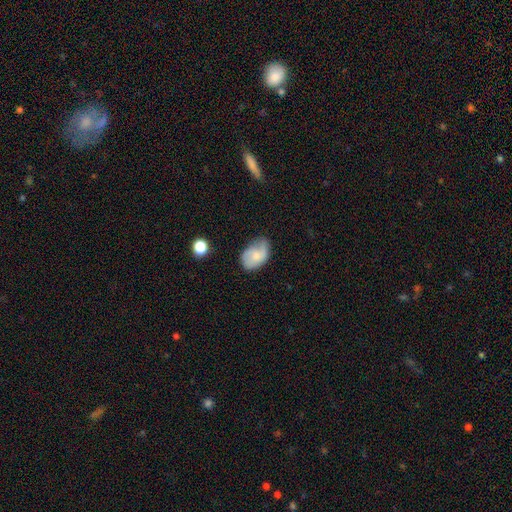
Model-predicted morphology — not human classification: Smooth or featured? smooth (56%)
How rounded? in between (85%)
Merging? none (52%)